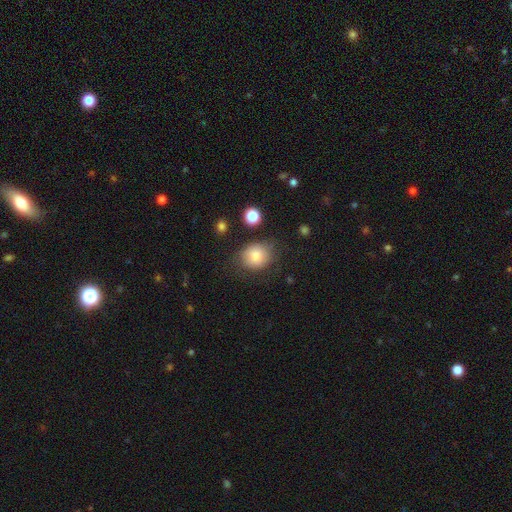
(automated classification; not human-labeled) A smooth galaxy with no disk features (81%) that is round (60%).

Vote fractions:
- Smooth or featured? smooth: 81% / featured or disk: 10% / star or artifact: 9%
- How rounded? round: 60% / in between: 39% / cigar-shaped: 1%
- Merging? none: 67% / minor disturbance: 21% / major disturbance: 8% / merger: 3%